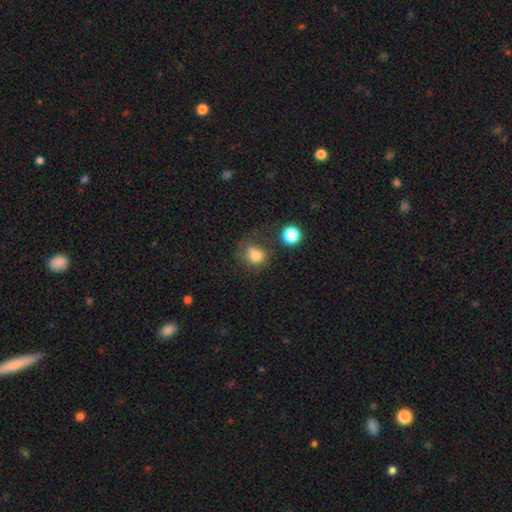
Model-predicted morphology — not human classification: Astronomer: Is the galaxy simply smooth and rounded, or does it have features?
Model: smooth — 75%.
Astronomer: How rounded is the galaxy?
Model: round — 66%.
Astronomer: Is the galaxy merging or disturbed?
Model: none — 42% (runner-up: merger, 23%).